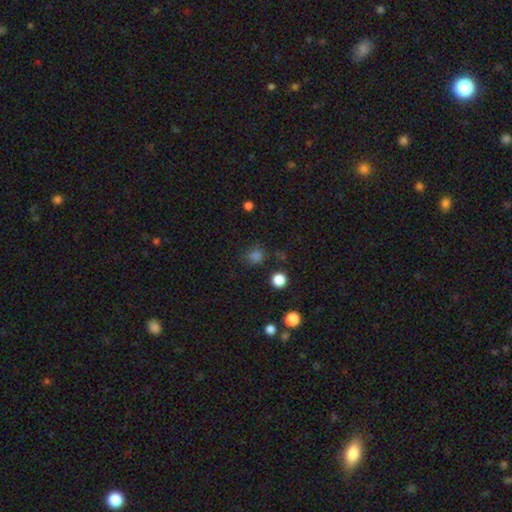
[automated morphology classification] smooth-or-featured: smooth: 77% | star or artifact: 19% | featured or disk: 4%
  how-rounded: round: 82% | in between: 17% | cigar-shaped: 1%
  merging: none: 79% | minor disturbance: 13% | major disturbance: 5% | merger: 3%